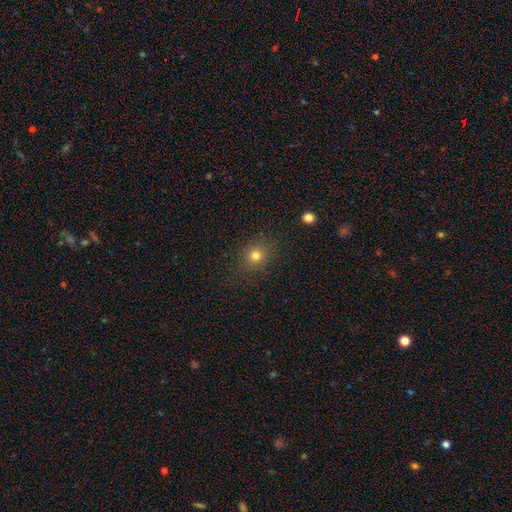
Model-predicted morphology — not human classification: A smooth galaxy with no disk features (78%) that is round (82%).

Vote fractions:
- Smooth or featured? smooth: 78% / star or artifact: 15% / featured or disk: 7%
- How rounded? round: 82% / in between: 17% / cigar-shaped: 1%
- Merging? none: 86% / minor disturbance: 9% / major disturbance: 4% / merger: 1%